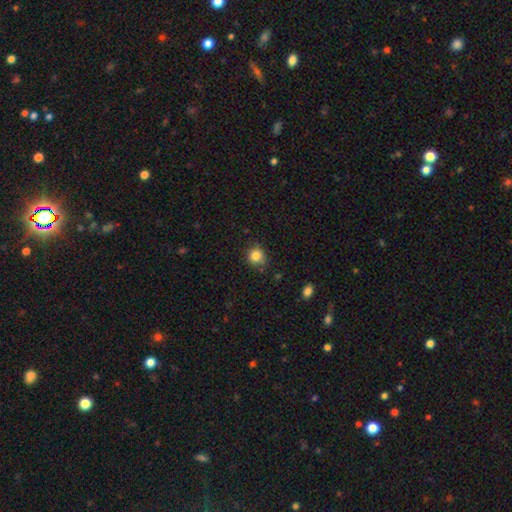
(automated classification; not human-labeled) Smooth or featured? Predicted: smooth (p=0.83). How rounded? Predicted: round (p=0.87). Merging? Predicted: none (p=0.74).